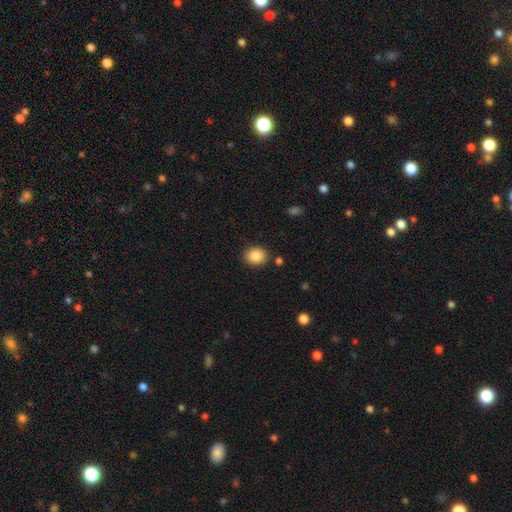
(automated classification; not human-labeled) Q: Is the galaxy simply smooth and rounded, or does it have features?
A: smooth — 87%.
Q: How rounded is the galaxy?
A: round — 54%.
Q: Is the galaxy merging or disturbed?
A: none — 86%.